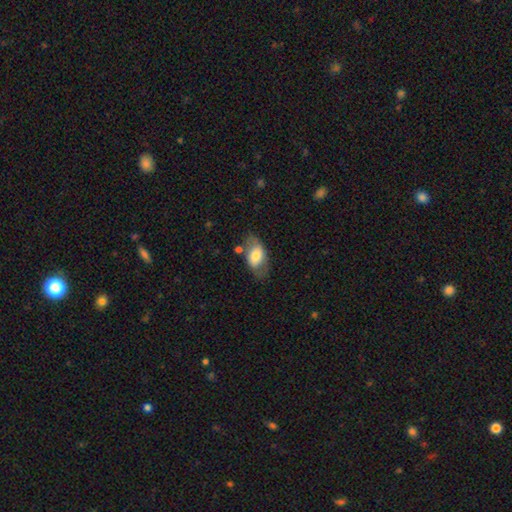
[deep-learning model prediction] The model was most divided on "merging": none: 58%, minor disturbance: 24%, major disturbance: 11%, merger: 7%. More confident: how rounded — in between (90%); smooth or featured — smooth (68%).